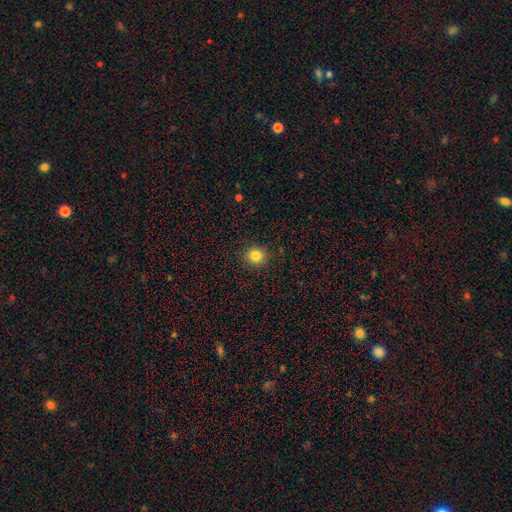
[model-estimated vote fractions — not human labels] Q: Smooth or featured?
A: smooth (83%); runner-up: star or artifact (11%)
Q: How rounded?
A: round (87%); runner-up: in between (13%)
Q: Merging?
A: none (90%); runner-up: minor disturbance (7%)